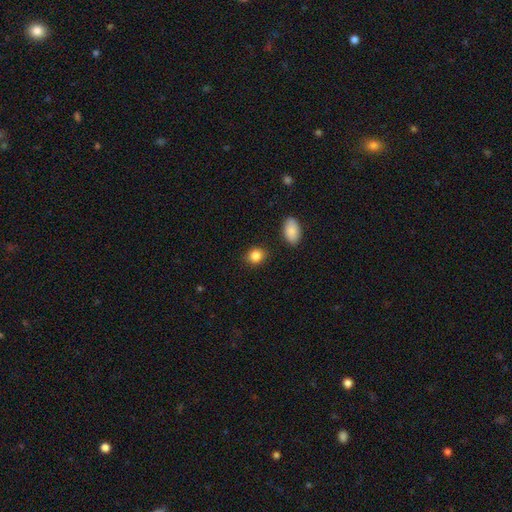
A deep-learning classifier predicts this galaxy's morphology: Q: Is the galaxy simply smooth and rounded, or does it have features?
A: smooth — 86%.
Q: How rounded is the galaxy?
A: round — 64%.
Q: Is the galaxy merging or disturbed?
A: none — 86%.